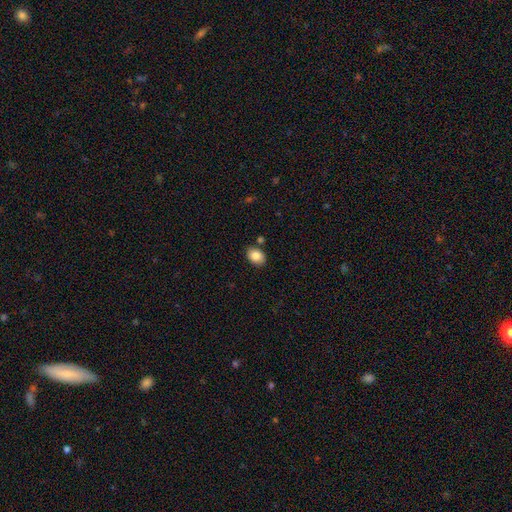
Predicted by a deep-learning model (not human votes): smooth_or_featured: smooth (p=0.86) [alt: star or artifact p=0.08]
how_rounded: in between (p=0.75) [alt: round p=0.25]
merging: none (p=0.82) [alt: minor disturbance p=0.11]